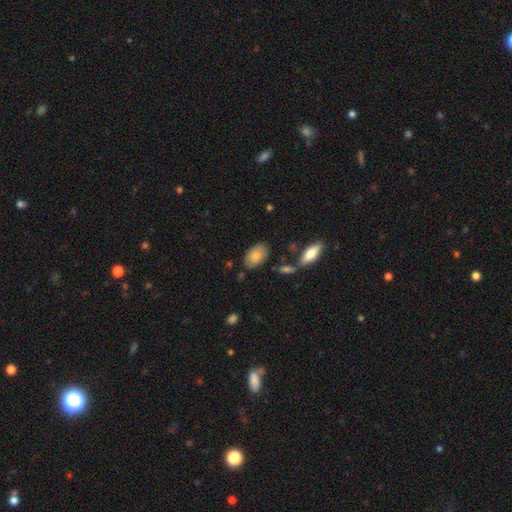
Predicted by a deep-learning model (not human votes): Smooth or featured? smooth (84%)
How rounded? in between (93%)
Merging? none (77%)